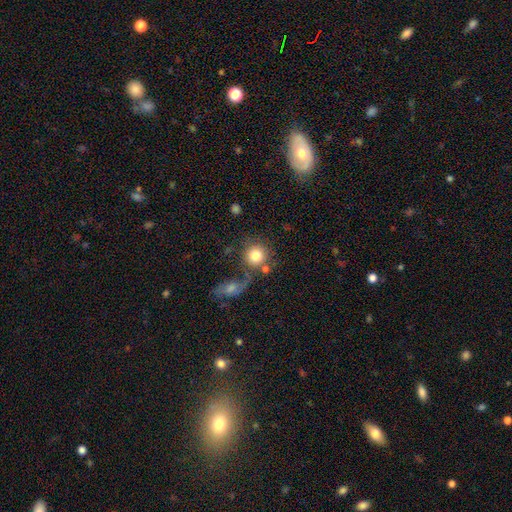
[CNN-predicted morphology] smooth 81%, featured or disk 11%, star or artifact 8%. Down the decision tree: how rounded — round (90%); merging — none (61%).